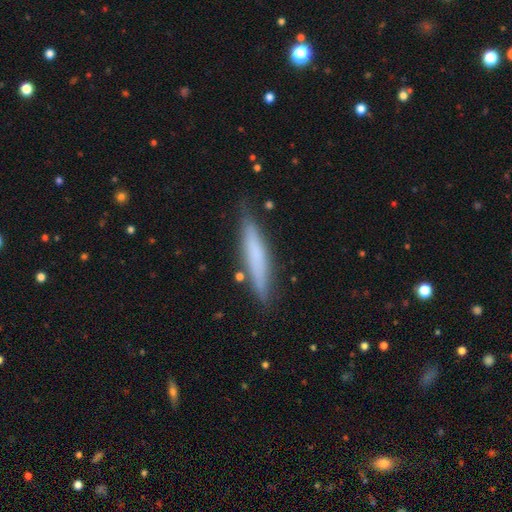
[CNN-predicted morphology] The model was most divided on "smooth or featured": smooth: 64%, featured or disk: 29%, star or artifact: 7%. More confident: how rounded — cigar-shaped (89%); merging — none (83%).